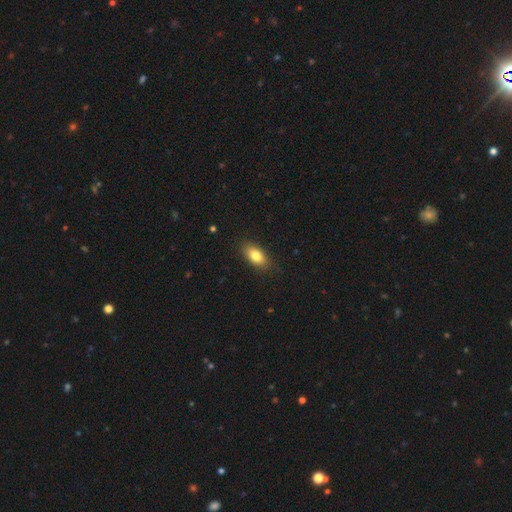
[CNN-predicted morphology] Smooth or featured: smooth — 79% (featured or disk — 13%)
How rounded: in between — 88% (cigar-shaped — 7%)
Merging: none — 84% (minor disturbance — 12%)